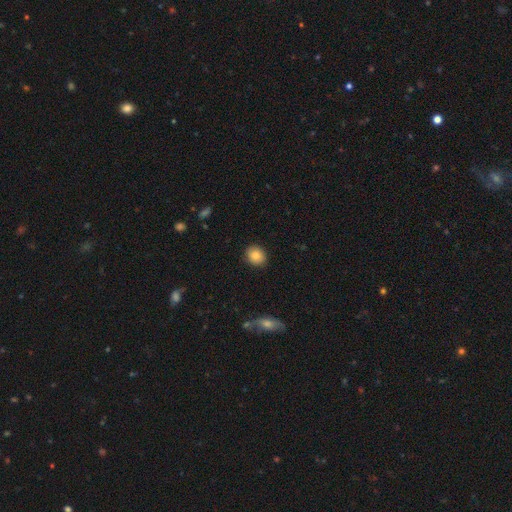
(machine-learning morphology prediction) Overall: smooth (85%). How rounded: round (68%; in between 31%). Merging: none (88%).